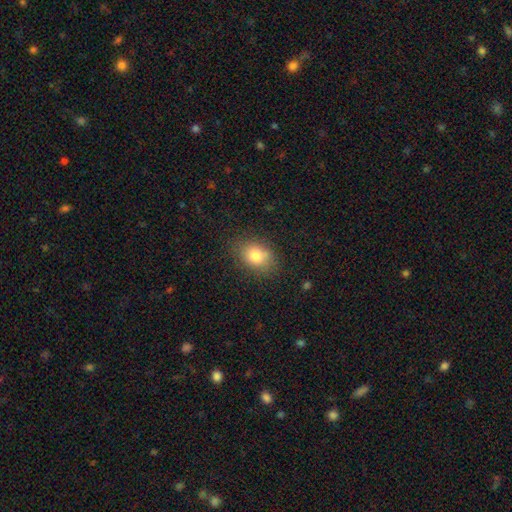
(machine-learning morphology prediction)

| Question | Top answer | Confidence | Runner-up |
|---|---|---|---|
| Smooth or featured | smooth | 81% | star or artifact (10%) |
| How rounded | in between | 66% | round (33%) |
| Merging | none | 78% | minor disturbance (16%) |